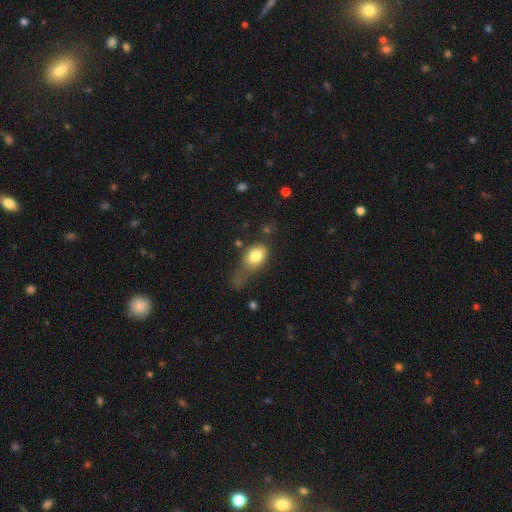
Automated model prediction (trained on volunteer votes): Q: Smooth or featured?
A: smooth (79%); runner-up: featured or disk (12%)
Q: How rounded?
A: in between (76%); runner-up: round (22%)
Q: Merging?
A: major disturbance (32%); runner-up: none (31%)